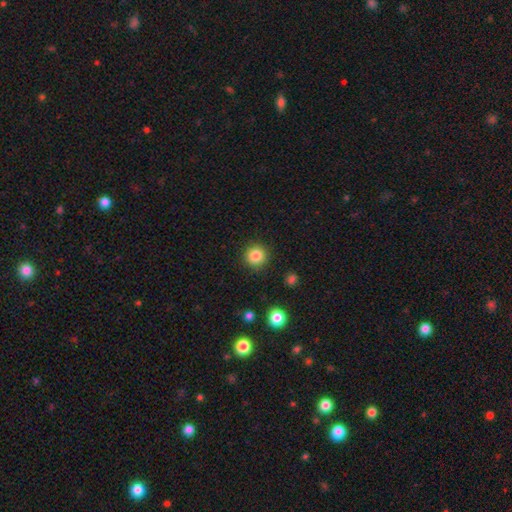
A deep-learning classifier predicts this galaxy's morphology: This appears to be a smooth galaxy with no disk features (84%) that is round (95%). Merging: none (91%).